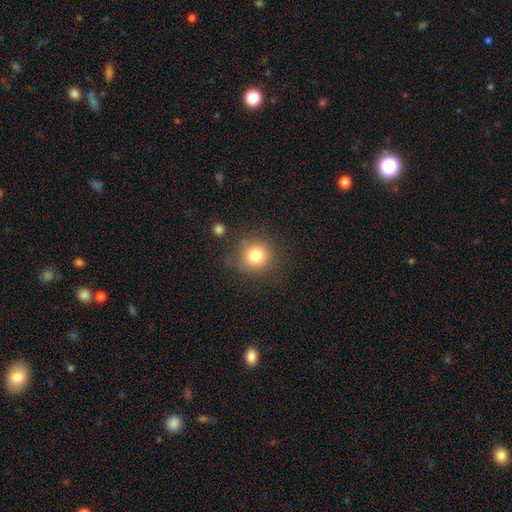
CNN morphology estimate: A smooth galaxy with no disk features (80%) that is round (91%). Merging: none (81%).